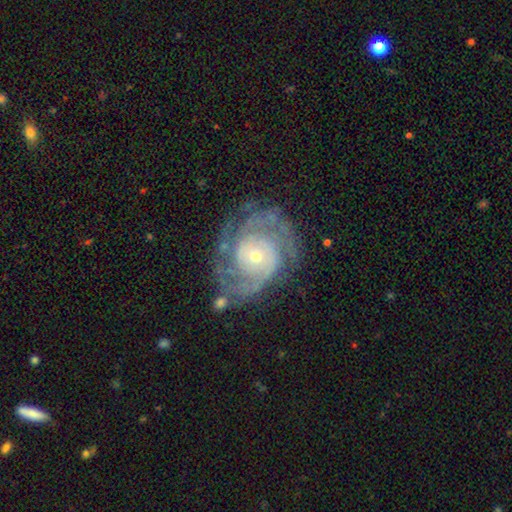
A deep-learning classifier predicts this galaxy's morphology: This appears to be a featured or disk galaxy (89%) with no bar (75%), 2 (45%) tight (61%) spiral arms (97%) and a small central bulge (62%). Merging: none (70%).